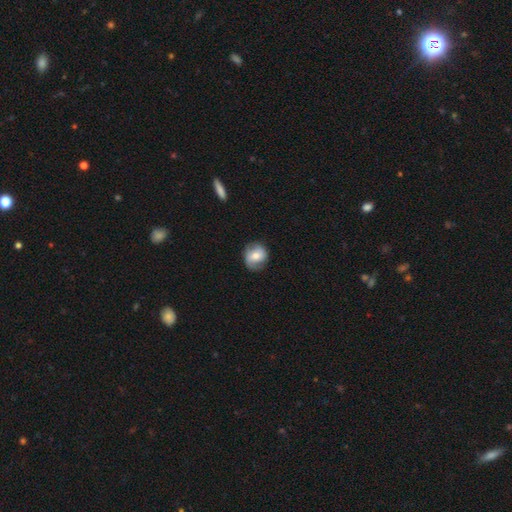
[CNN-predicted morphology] Q: Smooth or featured?
A: smooth (56%); runner-up: featured or disk (37%)
Q: How rounded?
A: round (78%); runner-up: in between (21%)
Q: Merging?
A: none (71%); runner-up: minor disturbance (20%)